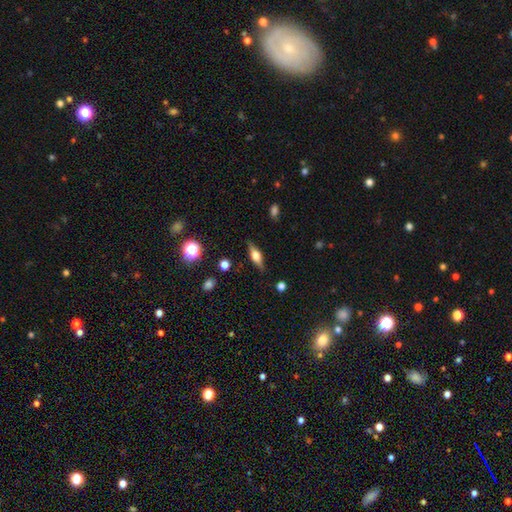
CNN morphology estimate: Q: Smooth or featured?
A: featured or disk (52%); runner-up: smooth (39%)
Q: Edge-on disk?
A: yes (93%); runner-up: no (7%)
Q: Merging?
A: none (85%); runner-up: minor disturbance (11%)